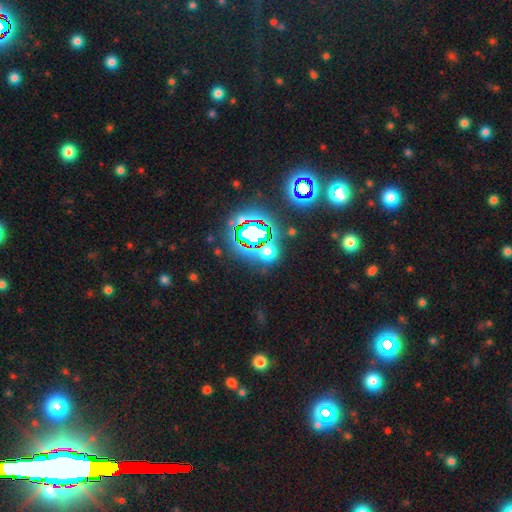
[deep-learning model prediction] Morphology: type=star or artifact (77%).